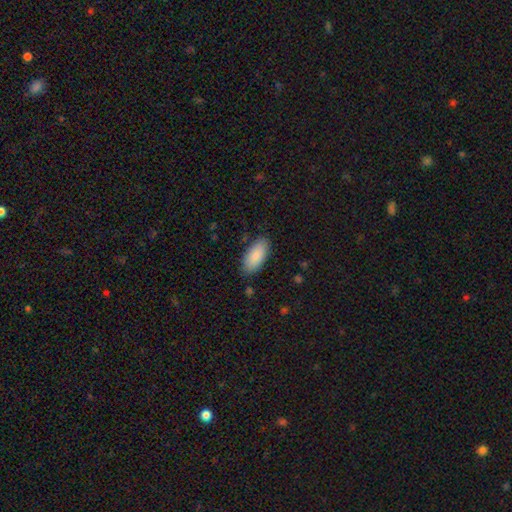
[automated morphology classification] Overall: smooth (87%). How rounded: in between (90%). Merging: none (85%).